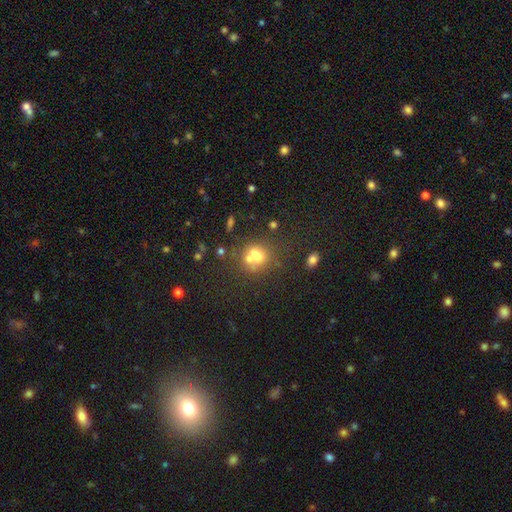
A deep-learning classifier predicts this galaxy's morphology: A smooth galaxy with no disk features (55%) that is round (66%).

Vote fractions:
- Smooth or featured? smooth: 55% / star or artifact: 23% / featured or disk: 22%
- How rounded? round: 66% / in between: 32% / cigar-shaped: 2%
- Merging? merger: 43% / none: 40% / minor disturbance: 10% / major disturbance: 7%